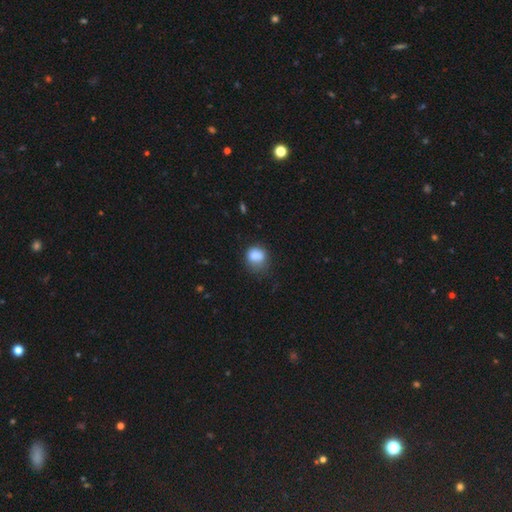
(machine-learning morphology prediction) Smooth or featured? smooth (82%)
How rounded? round (65%)
Merging? none (47%)